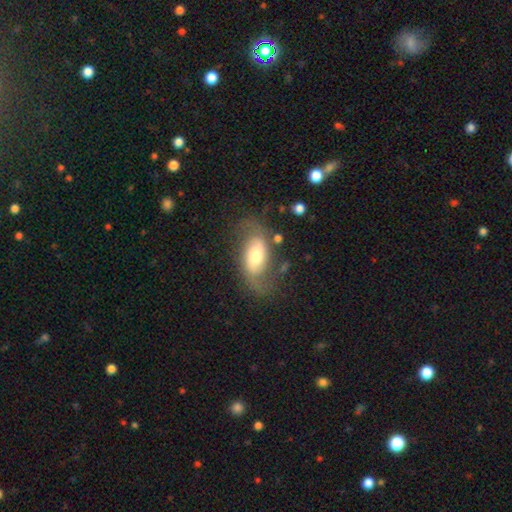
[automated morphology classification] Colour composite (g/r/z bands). It shows a featured or disk galaxy (57%) with no bar (51%), spiral arms (81%) and a moderate central bulge (58%). Merging: none (60%).